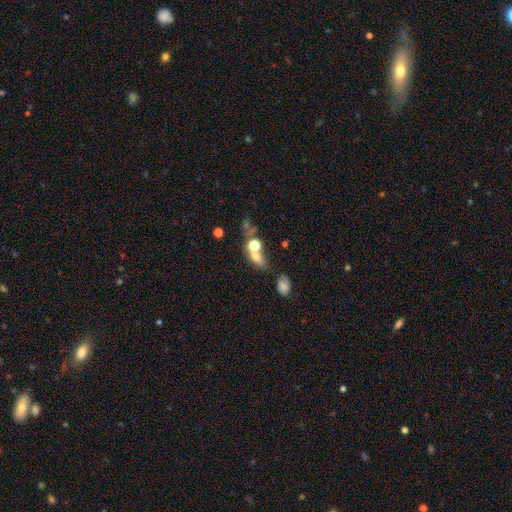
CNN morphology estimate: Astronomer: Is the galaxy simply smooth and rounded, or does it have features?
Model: smooth — 64%.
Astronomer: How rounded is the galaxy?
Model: in between — 56% (runner-up: round, 33%).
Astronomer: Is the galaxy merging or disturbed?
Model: merger — 41% (runner-up: none, 40%).